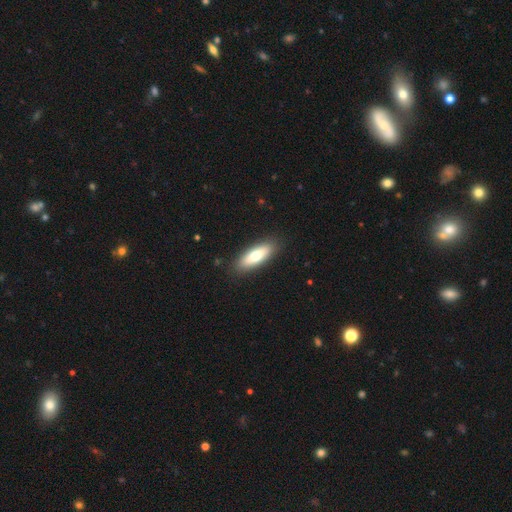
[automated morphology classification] A smooth galaxy with no disk features (69%) that is in between round and cigar-shaped (63%).

Vote fractions:
- Smooth or featured? smooth: 69% / featured or disk: 25% / star or artifact: 6%
- How rounded? in between: 63% / cigar-shaped: 34% / round: 2%
- Merging? none: 88% / minor disturbance: 9% / major disturbance: 2% / merger: 1%